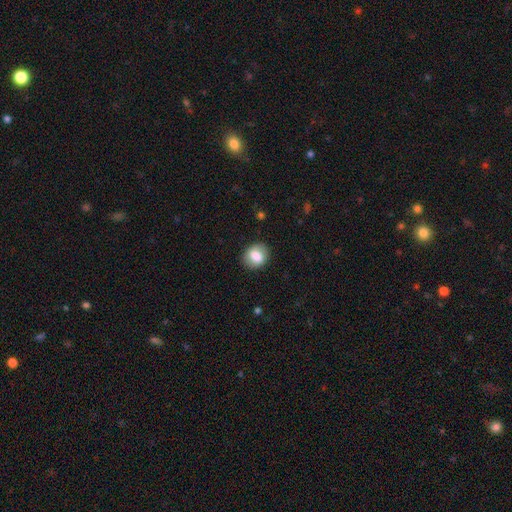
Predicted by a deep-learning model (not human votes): Smooth or featured?
  - smooth: 76% *
  - featured or disk: 17%
  - star or artifact: 8%
How rounded?
  - round: 55% *
  - in between: 44%
  - cigar-shaped: 1%
Merging?
  - none: 84% *
  - minor disturbance: 11%
  - major disturbance: 4%
  - merger: 1%